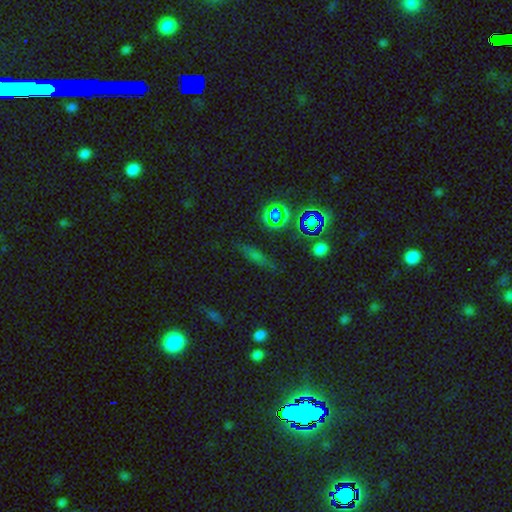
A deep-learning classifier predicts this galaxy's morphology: Smooth or featured: smooth — 44% (star or artifact — 35%)
Merging: none — 78% (minor disturbance — 13%)